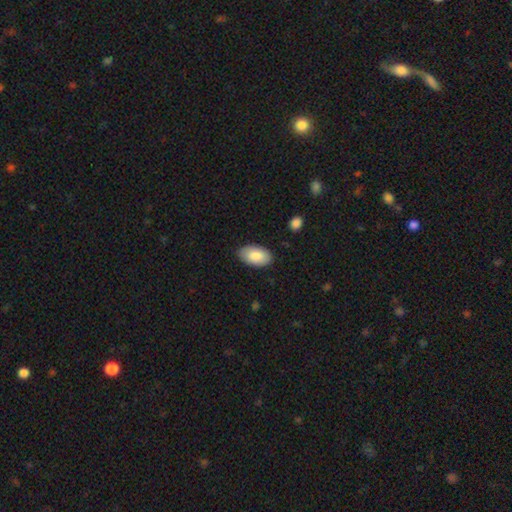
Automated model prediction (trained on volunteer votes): Q: Smooth or featured?
A: smooth (85%); runner-up: featured or disk (9%)
Q: How rounded?
A: in between (96%); runner-up: round (3%)
Q: Merging?
A: none (86%); runner-up: minor disturbance (11%)